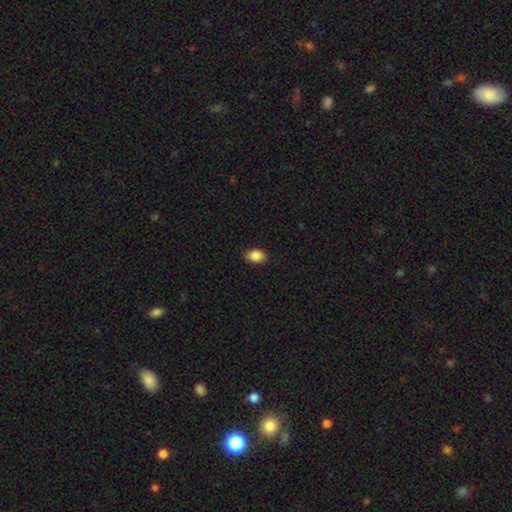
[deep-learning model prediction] smooth_or_featured: smooth (p=0.87) [alt: star or artifact p=0.08]
how_rounded: in between (p=0.86) [alt: round p=0.12]
merging: none (p=0.88) [alt: minor disturbance p=0.09]